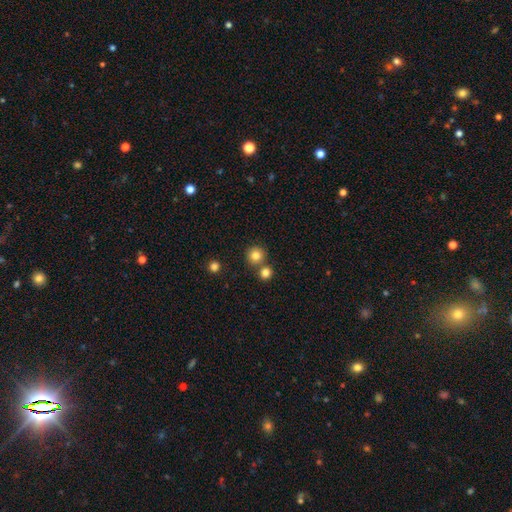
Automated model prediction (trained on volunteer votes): The model was most divided on "merging": none: 72%, merger: 19%, minor disturbance: 6%, major disturbance: 2%. More confident: how rounded — round (93%); smooth or featured — smooth (82%).